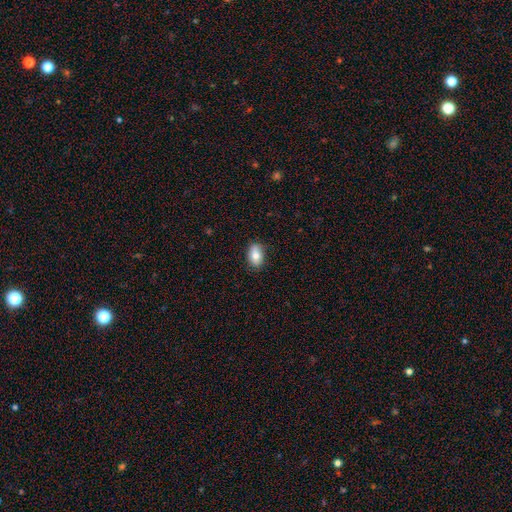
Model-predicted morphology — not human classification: Overall: smooth (79%). How rounded: in between (88%). Merging: none (81%).